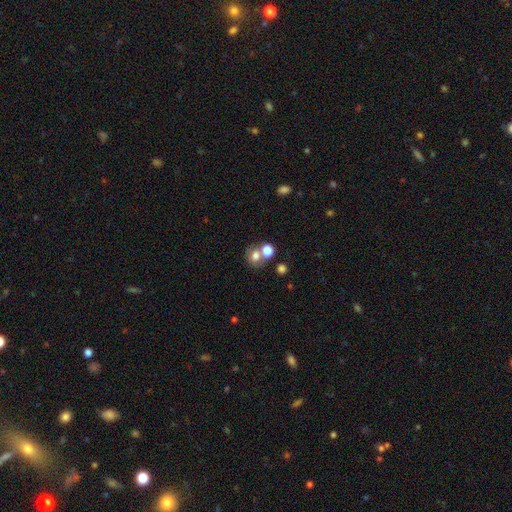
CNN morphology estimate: Overall: smooth (71%). How rounded: round (68%; in between 31%). Merging: none (47%; merger 38%).